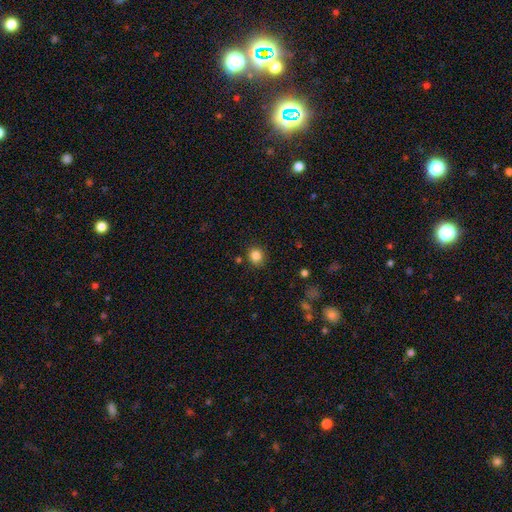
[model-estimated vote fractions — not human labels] Smooth or featured? smooth (84%)
How rounded? round (84%)
Merging? none (86%)